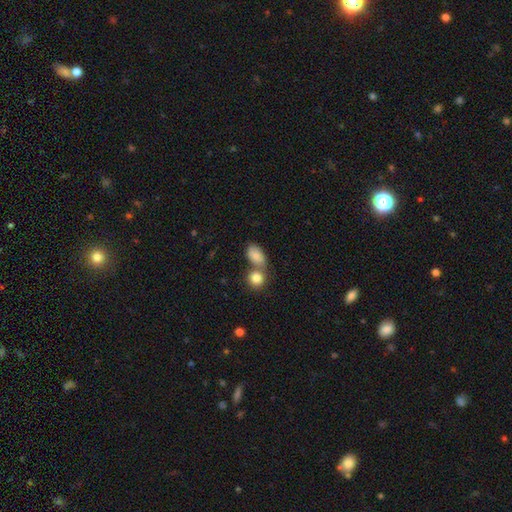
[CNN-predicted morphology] A smooth galaxy with no disk features (83%) that is in between round and cigar-shaped (84%). Merging: merger (46%).